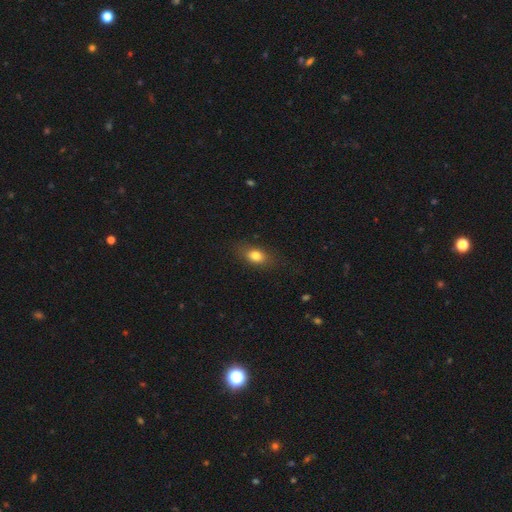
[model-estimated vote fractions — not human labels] Smooth or featured?
  - smooth: 79% *
  - featured or disk: 12%
  - star or artifact: 9%
How rounded?
  - in between: 78% *
  - round: 17%
  - cigar-shaped: 5%
Merging?
  - none: 81% *
  - minor disturbance: 14%
  - major disturbance: 4%
  - merger: 1%